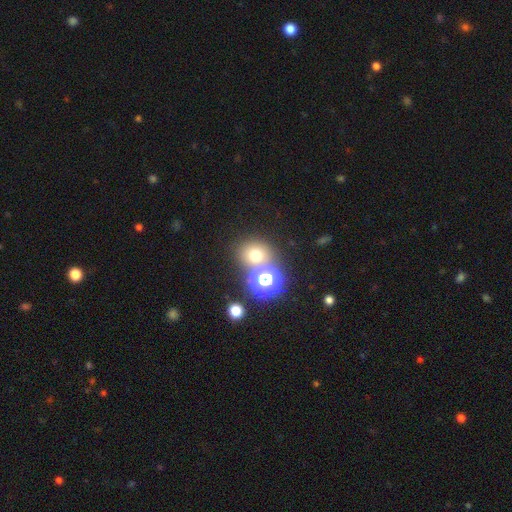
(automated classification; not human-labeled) A smooth galaxy with no disk features (66%) that is round (78%).

Vote fractions:
- Smooth or featured? smooth: 66% / star or artifact: 24% / featured or disk: 11%
- How rounded? round: 78% / in between: 21% / cigar-shaped: 1%
- Merging? none: 62% / merger: 25% / minor disturbance: 9% / major disturbance: 4%